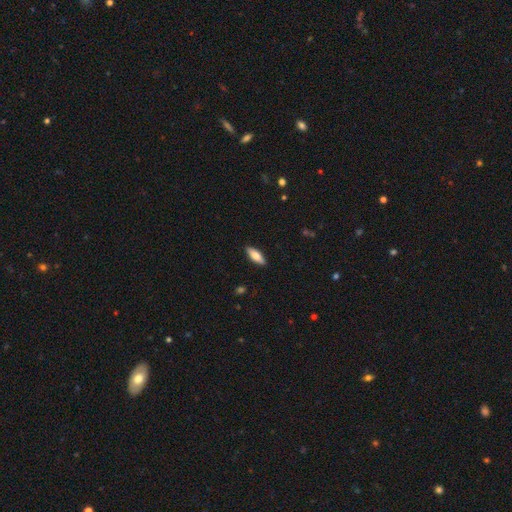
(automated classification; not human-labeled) Smooth or featured? smooth (74%)
How rounded? in between (63%)
Merging? none (89%)